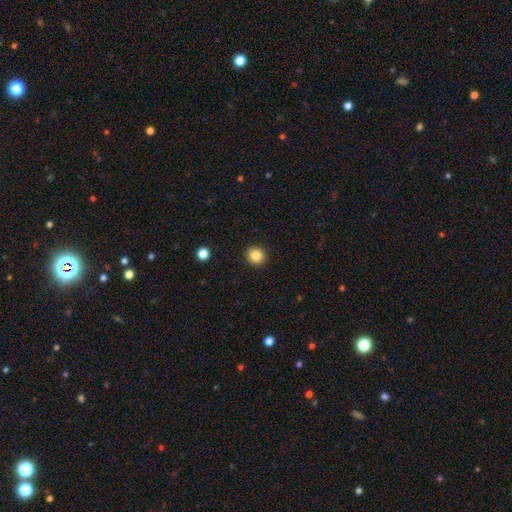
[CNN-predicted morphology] This appears to be a smooth galaxy with no disk features (86%) that is round (92%). Merging: none (93%).